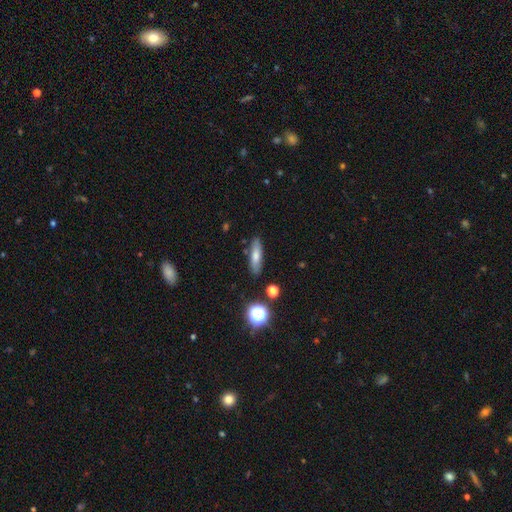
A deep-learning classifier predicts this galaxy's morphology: This is likely a smooth galaxy (67%). How rounded: possibly cigar-shaped (51%). Merging: clearly none (82%).